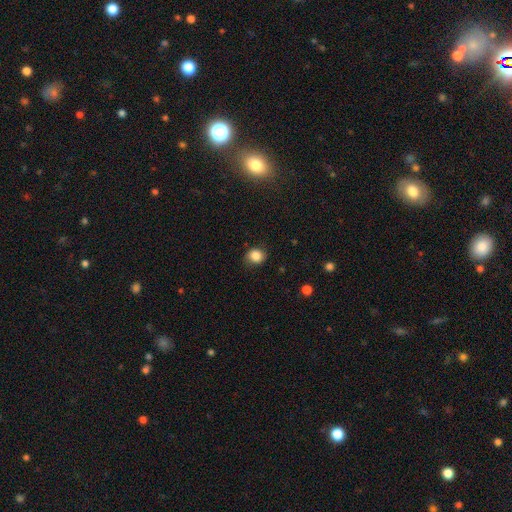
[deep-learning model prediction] A smooth galaxy with no disk features (84%) that is round (73%). Merging: none (80%).